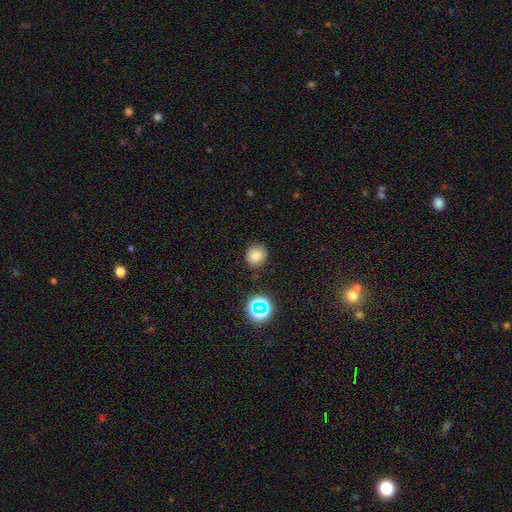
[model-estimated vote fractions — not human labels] Overall: smooth (76%). How rounded: round (84%). Merging: none (86%).